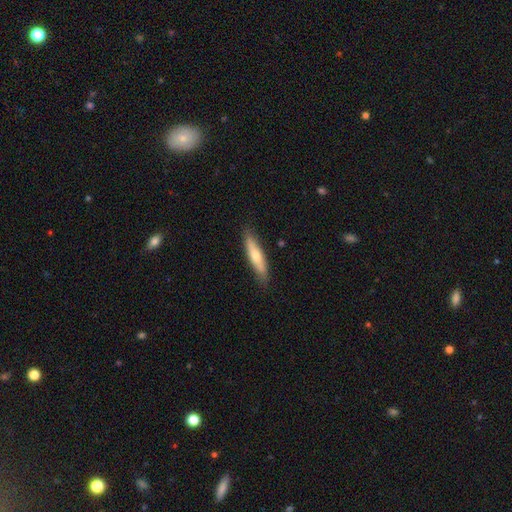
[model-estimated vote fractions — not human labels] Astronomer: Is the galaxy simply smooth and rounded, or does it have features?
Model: smooth — 61%.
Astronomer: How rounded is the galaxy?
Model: cigar-shaped — 81%.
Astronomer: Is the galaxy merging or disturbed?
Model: none — 86%.